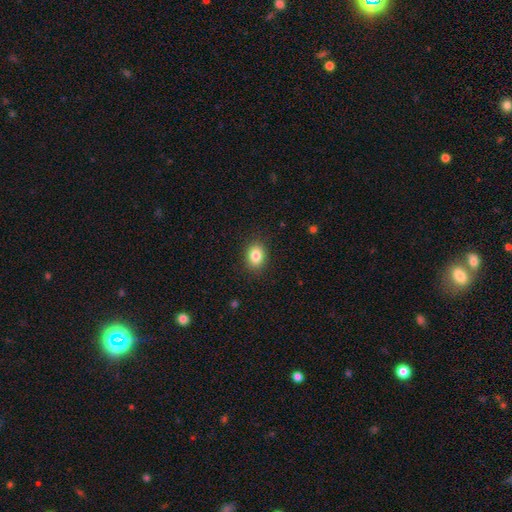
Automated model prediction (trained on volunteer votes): Overall: smooth (84%). How rounded: in between (59%; round 40%). Merging: none (88%).